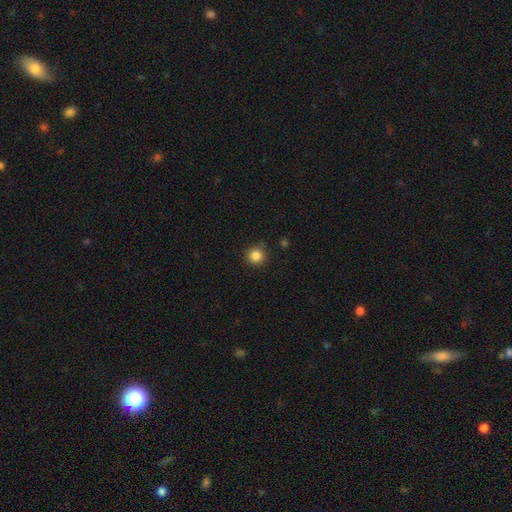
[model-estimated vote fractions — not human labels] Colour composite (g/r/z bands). It shows a smooth galaxy with no disk features (85%) that is round (94%). Merging: none (86%).